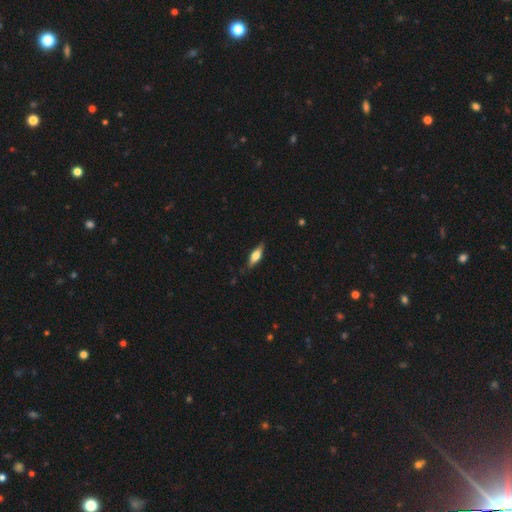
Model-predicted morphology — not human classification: Smooth or featured? featured or disk (51%)
Edge-on disk? yes (93%)
Merging? none (86%)